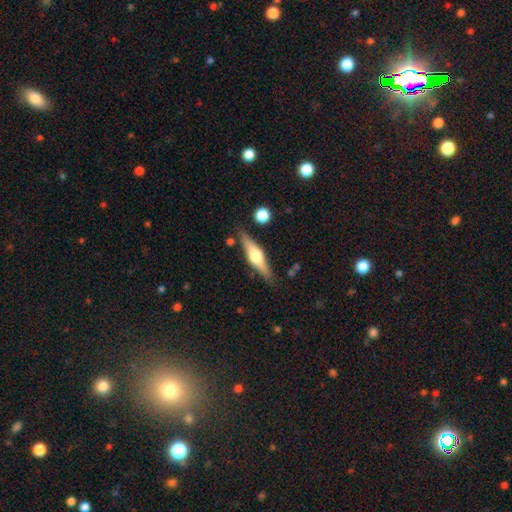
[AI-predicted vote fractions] This appears to be a featured or disk galaxy (65%) viewed edge-on (96%) with a rounded central bulge (93%). Merging: none (84%).